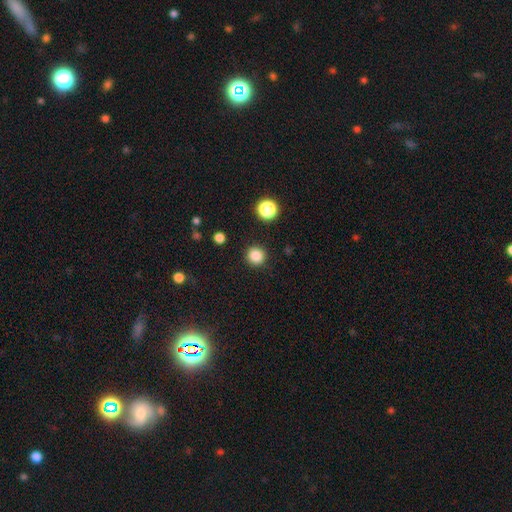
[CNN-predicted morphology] A smooth galaxy with no disk features (85%) that is round (94%). Merging: none (91%).